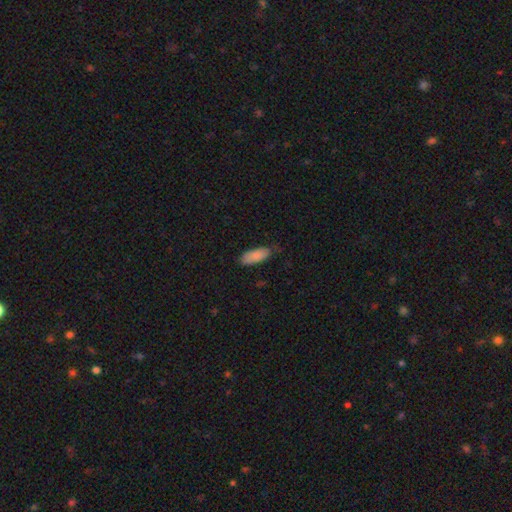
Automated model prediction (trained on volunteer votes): Overall: smooth (84%). How rounded: in between (81%). Merging: none (70%).